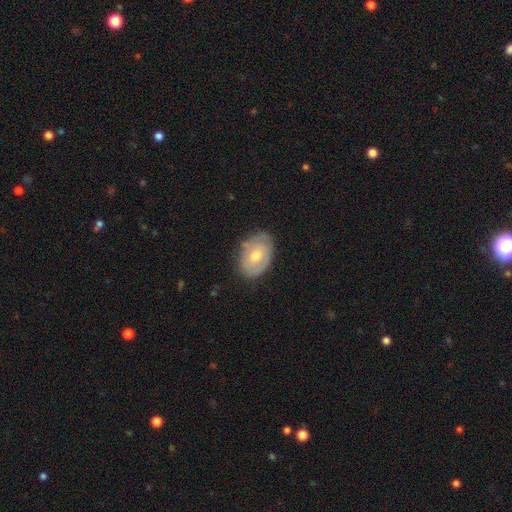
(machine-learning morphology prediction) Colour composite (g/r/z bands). It shows a smooth galaxy with no disk features (55%) that is in between round and cigar-shaped (81%). Merging: none (74%).